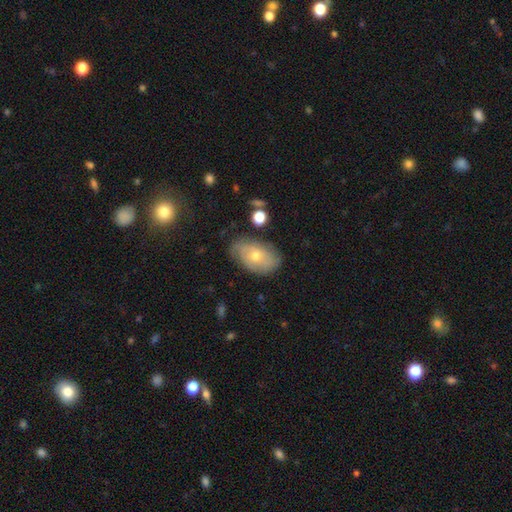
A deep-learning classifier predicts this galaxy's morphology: Smooth or featured? Predicted: featured or disk (p=0.51). Edge-on disk? Predicted: no (p=0.92). Merging? Predicted: none (p=0.68).